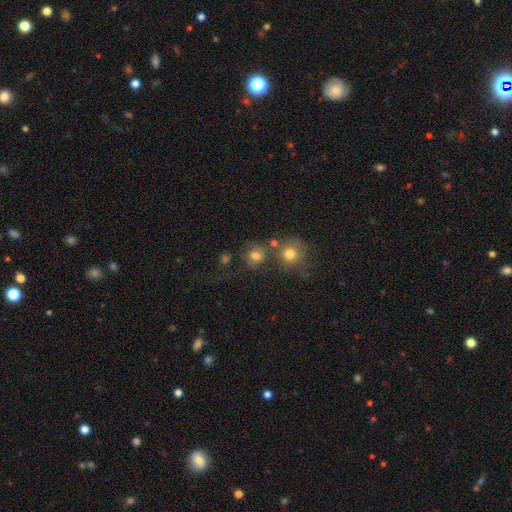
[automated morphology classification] Overall: smooth (72%). How rounded: round (77%). Merging: none (56%; merger 22%).